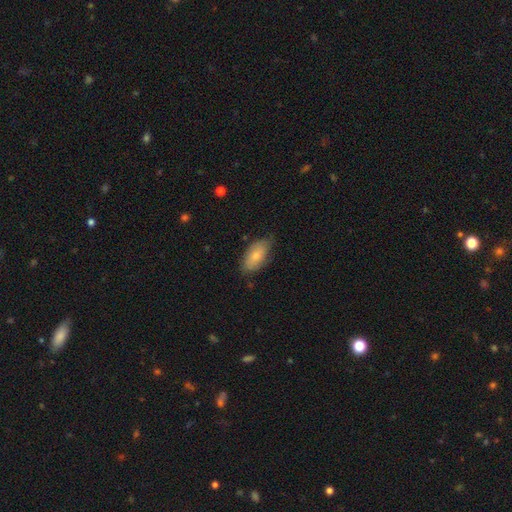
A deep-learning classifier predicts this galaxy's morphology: A smooth galaxy with no disk features (76%) that is in between round and cigar-shaped (92%). Merging: none (70%).